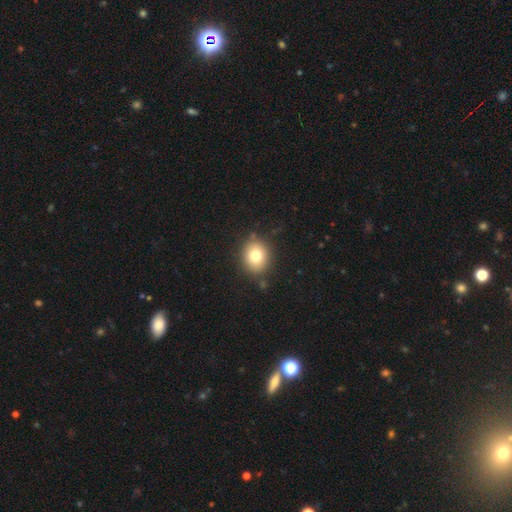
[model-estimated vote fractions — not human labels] Smooth or featured?
  - smooth: 77% *
  - featured or disk: 12%
  - star or artifact: 11%
How rounded?
  - round: 72% *
  - in between: 27%
  - cigar-shaped: 1%
Merging?
  - none: 84% *
  - minor disturbance: 10%
  - major disturbance: 3%
  - merger: 3%